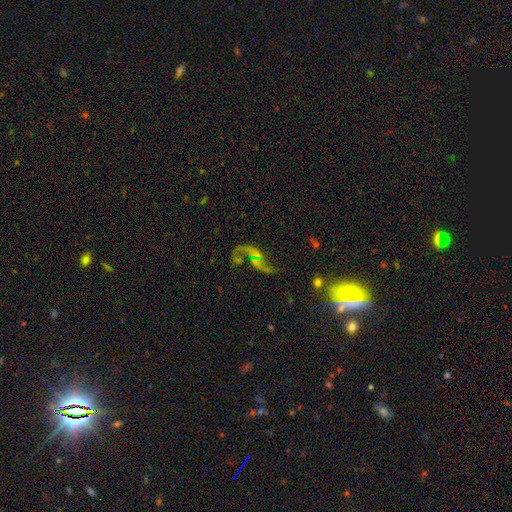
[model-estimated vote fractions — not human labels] Smooth or featured? featured or disk (74%)
Edge-on disk? no (96%)
Bar? no (50%)
Spiral arms? yes (85%)
Spiral winding? loose (84%)
Spiral arm count? 2 (86%)
Bulge size? small (42%)
Merging? none (48%)